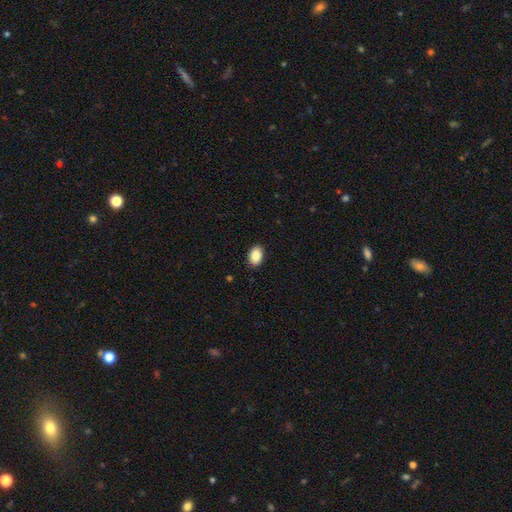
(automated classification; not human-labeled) Smooth or featured? smooth (87%)
How rounded? in between (85%)
Merging? none (89%)